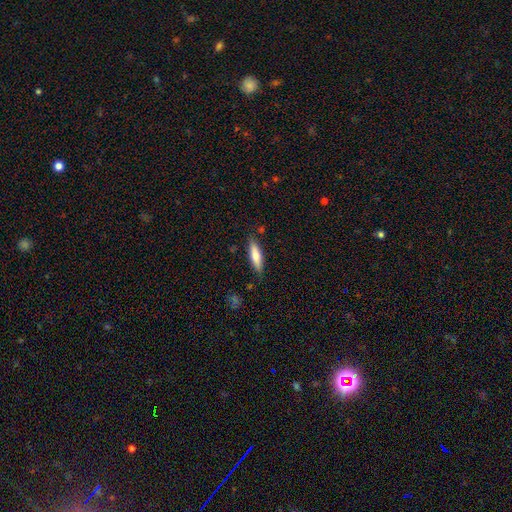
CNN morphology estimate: A smooth galaxy with no disk features (70%) that is cigar-shaped (65%). Merging: none (83%).